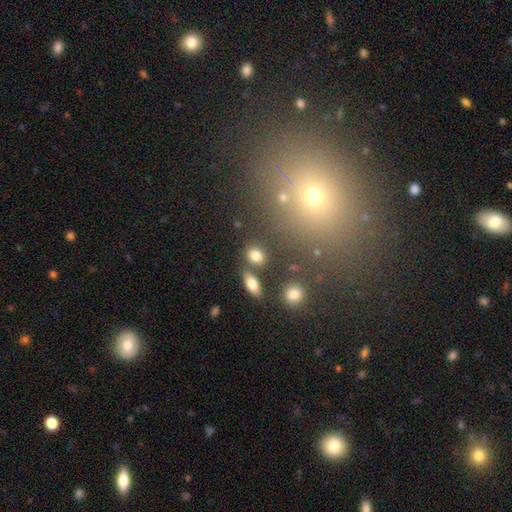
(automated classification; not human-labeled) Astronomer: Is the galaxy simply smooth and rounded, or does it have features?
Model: smooth — 80%.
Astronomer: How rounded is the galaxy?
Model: in between — 60% (runner-up: round, 35%).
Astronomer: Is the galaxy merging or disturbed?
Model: none — 73%.